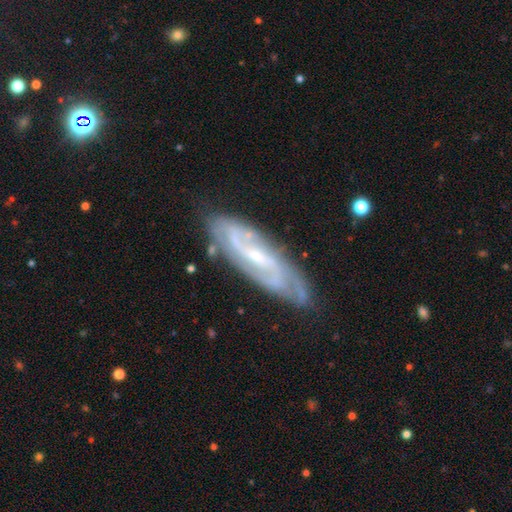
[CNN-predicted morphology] Q: Smooth or featured?
A: featured or disk (85%); runner-up: smooth (9%)
Q: Edge-on disk?
A: no (87%); runner-up: yes (13%)
Q: Bar?
A: weak (46%); runner-up: no (31%)
Q: Spiral arms?
A: yes (96%); runner-up: no (4%)
Q: Spiral winding?
A: medium (45%); runner-up: tight (42%)
Q: Spiral arm count?
A: 2 (56%); runner-up: can't tell (19%)
Q: Bulge size?
A: small (67%); runner-up: moderate (26%)
Q: Merging?
A: none (77%); runner-up: minor disturbance (17%)